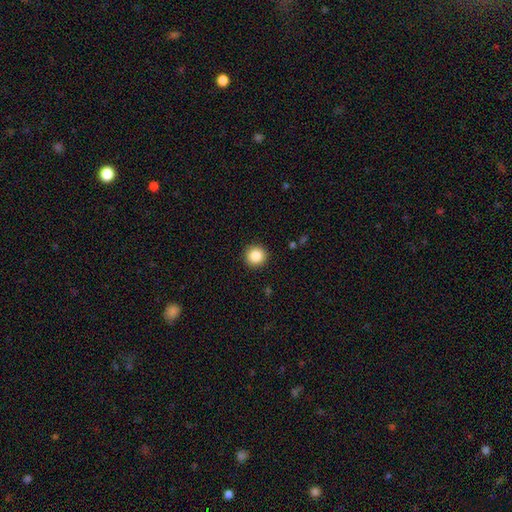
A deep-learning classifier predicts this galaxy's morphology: This appears to be a smooth galaxy with no disk features (87%) that is round (95%). Merging: none (92%).